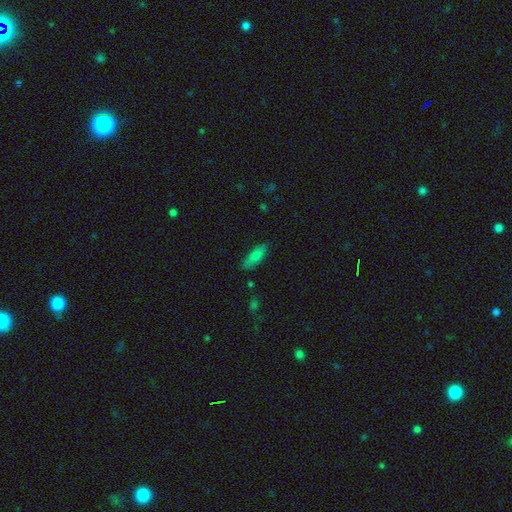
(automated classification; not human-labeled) smooth 80%, featured or disk 12%, star or artifact 8%. Down the decision tree: how rounded — in between (64%); merging — none (82%).